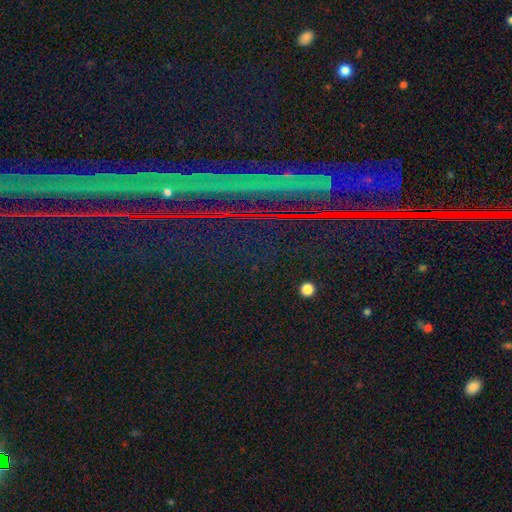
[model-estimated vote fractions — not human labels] Smooth or featured?
  - star or artifact: 90% *
  - featured or disk: 5%
  - smooth: 5%